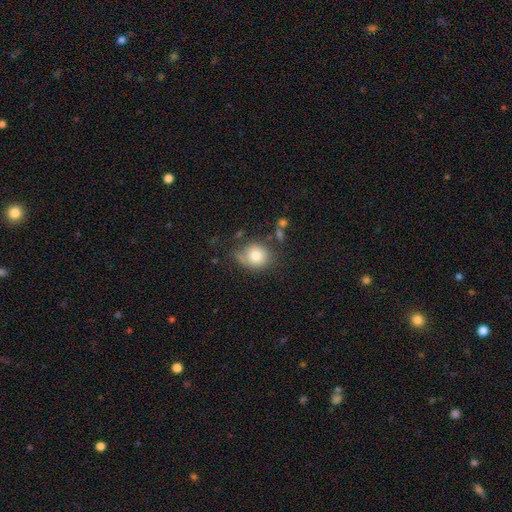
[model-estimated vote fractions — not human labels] Smooth or featured? smooth (78%)
How rounded? round (76%)
Merging? none (64%)